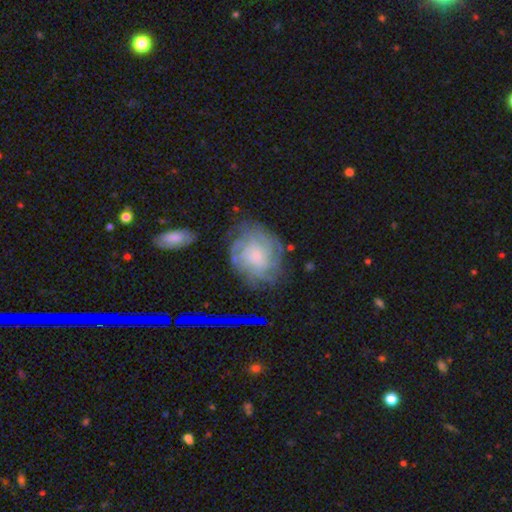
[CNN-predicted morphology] smooth_or_featured: featured or disk (p=0.67) [alt: smooth p=0.22]
disk_edge_on: no (p=0.97) [alt: yes p=0.03]
bar: no (p=0.77) [alt: weak p=0.20]
has_spiral_arms: yes (p=0.88) [alt: no p=0.12]
spiral_winding: tight (p=0.61) [alt: medium p=0.28]
spiral_arm_count: can't tell (p=0.48) [alt: 4 p=0.15]
bulge_size: small (p=0.36) [alt: moderate p=0.27]
merging: none (p=0.70) [alt: minor disturbance p=0.19]